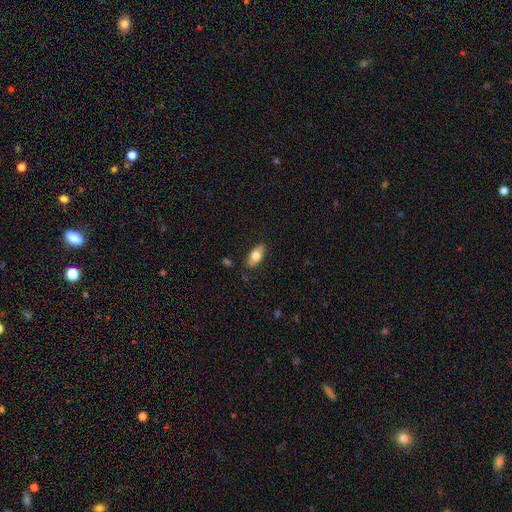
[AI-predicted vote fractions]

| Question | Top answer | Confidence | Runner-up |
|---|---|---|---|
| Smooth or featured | smooth | 69% | featured or disk (24%) |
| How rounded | in between | 86% | cigar-shaped (10%) |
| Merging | none | 83% | minor disturbance (13%) |